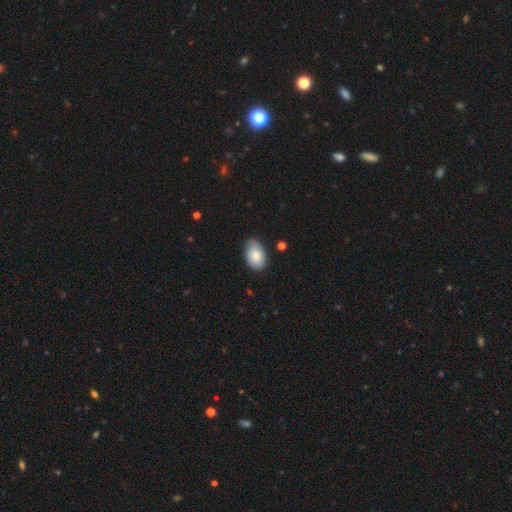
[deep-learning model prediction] Q: Smooth or featured?
A: smooth (80%); runner-up: featured or disk (13%)
Q: How rounded?
A: in between (87%); runner-up: round (12%)
Q: Merging?
A: none (70%); runner-up: minor disturbance (25%)